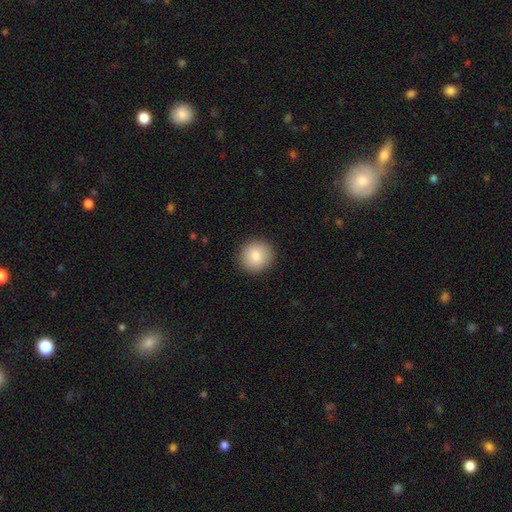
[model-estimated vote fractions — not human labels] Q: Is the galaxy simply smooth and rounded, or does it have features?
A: smooth — 84%.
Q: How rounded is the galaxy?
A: round — 92%.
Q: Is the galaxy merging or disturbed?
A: none — 91%.